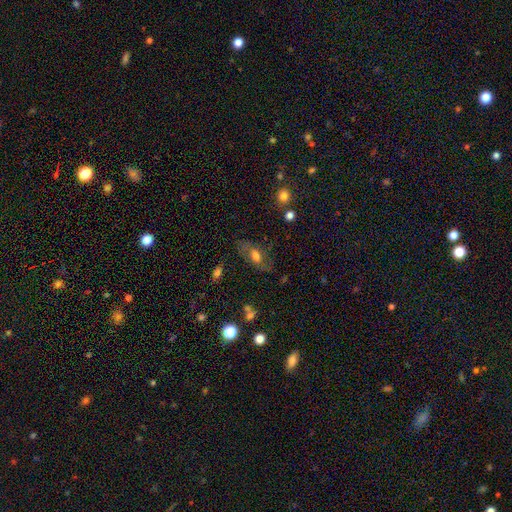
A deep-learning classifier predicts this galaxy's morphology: smooth-or-featured: smooth: 49% | featured or disk: 41% | star or artifact: 10%
  merging: none: 64% | minor disturbance: 20% | major disturbance: 13% | merger: 3%